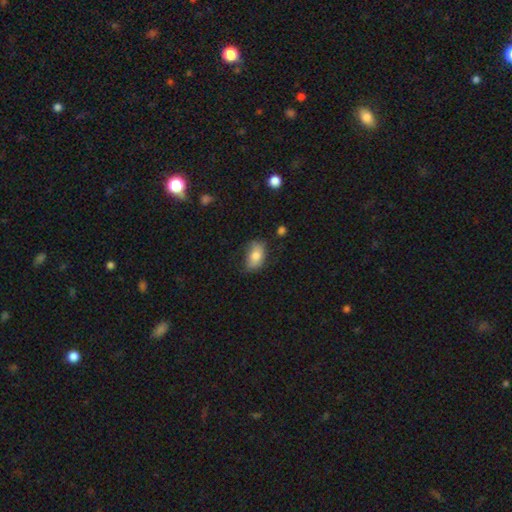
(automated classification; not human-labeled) smooth 74%, featured or disk 18%, star or artifact 8%. Down the decision tree: how rounded — in between (87%); merging — none (55%).